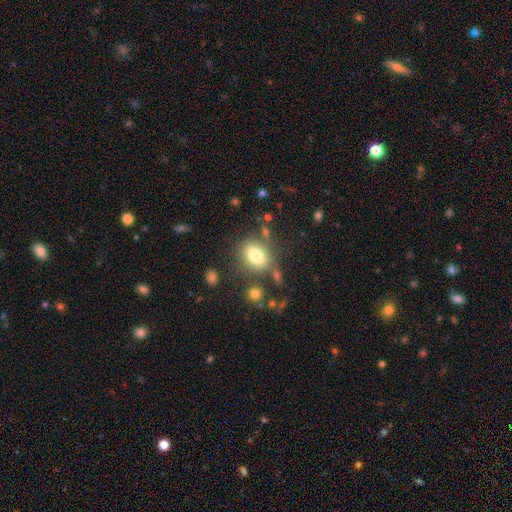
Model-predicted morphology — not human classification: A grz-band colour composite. It shows a smooth galaxy with no disk features (77%) that is in between round and cigar-shaped (66%). Merging: none (70%).